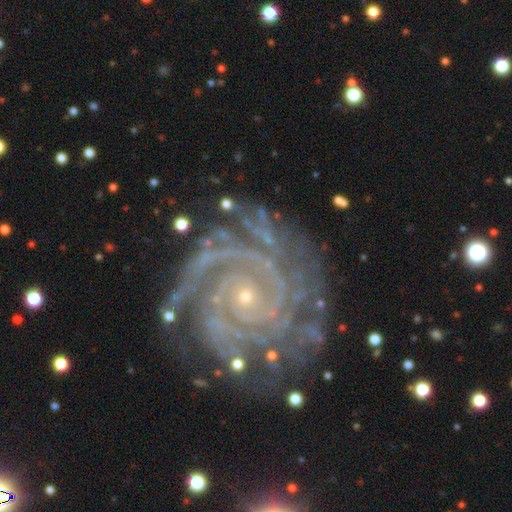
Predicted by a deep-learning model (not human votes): Smooth or featured: featured or disk — 92% (star or artifact — 6%)
Edge-on disk: no — 98% (yes — 2%)
Bar: no — 76% (weak — 16%)
Spiral arms: yes — 99% (no — 1%)
Spiral winding: tight — 85% (medium — 13%)
Spiral arm count: 2 — 29% (3 — 23%)
Bulge size: small — 85% (moderate — 11%)
Merging: none — 76% (minor disturbance — 16%)